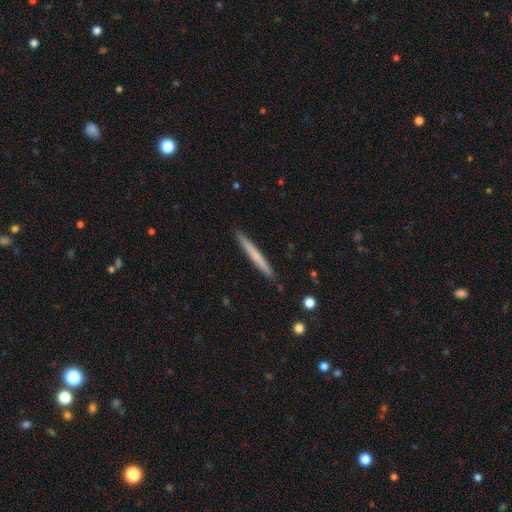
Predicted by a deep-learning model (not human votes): smooth-or-featured: smooth: 58% | featured or disk: 36% | star or artifact: 6%
  how-rounded: cigar-shaped: 97% | in between: 2% | round: 1%
  merging: none: 91% | minor disturbance: 7% | major disturbance: 1% | merger: 1%